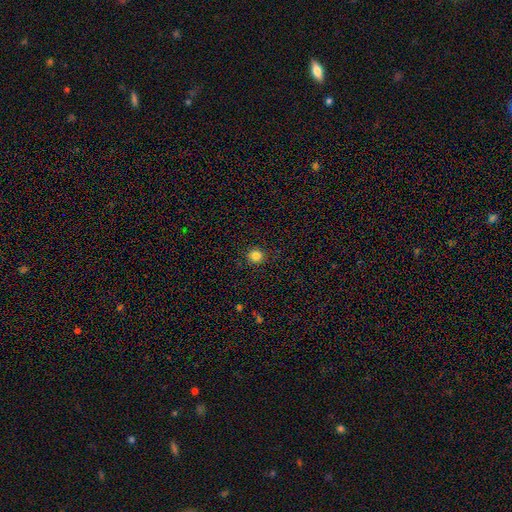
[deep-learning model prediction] A smooth galaxy with no disk features (84%) that is round (91%).

Vote fractions:
- Smooth or featured? smooth: 84% / star or artifact: 12% / featured or disk: 4%
- How rounded? round: 91% / in between: 8% / cigar-shaped: 1%
- Merging? none: 91% / minor disturbance: 6% / major disturbance: 2% / merger: 1%